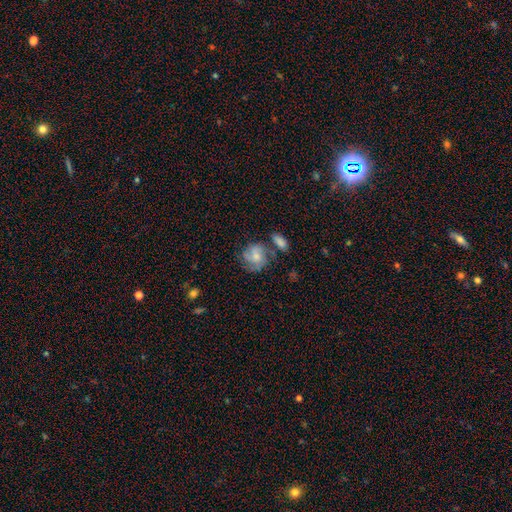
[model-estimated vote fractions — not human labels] This appears to be a smooth galaxy with no disk features (46%). Merging: none (50%).